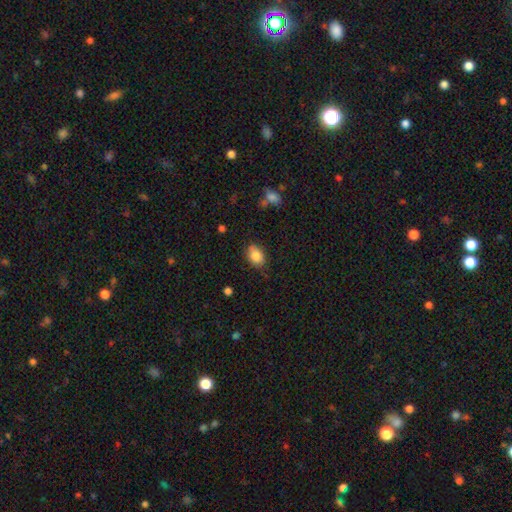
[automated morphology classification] The model was most divided on "how rounded": in between: 78%, round: 21%, cigar-shaped: 1%. More confident: smooth or featured — smooth (85%); merging — none (77%).